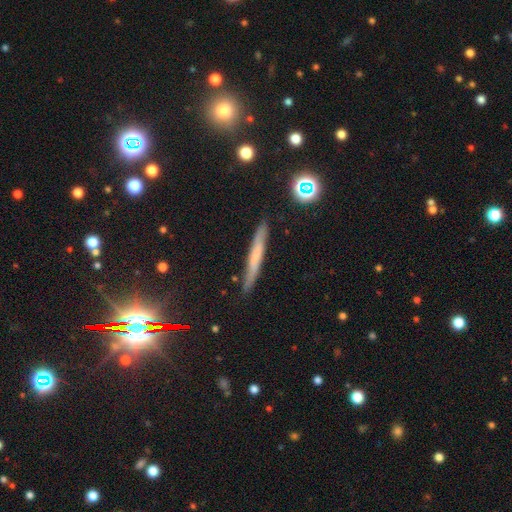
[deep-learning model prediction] A smooth galaxy with no disk features (50%).

Vote fractions:
- Smooth or featured? smooth: 50% / featured or disk: 40% / star or artifact: 11%
- Merging? none: 86% / minor disturbance: 10% / major disturbance: 2% / merger: 1%